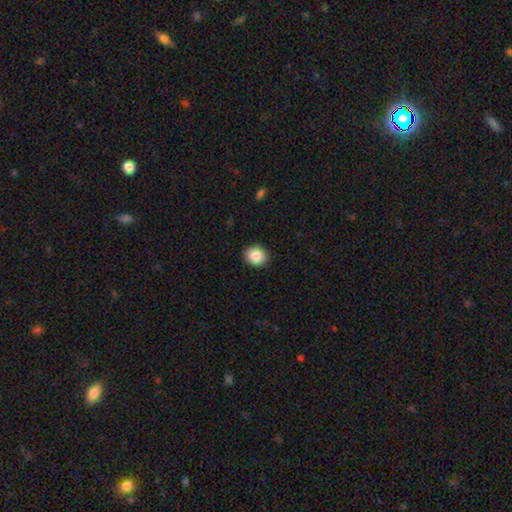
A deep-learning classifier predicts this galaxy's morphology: smooth-or-featured: smooth: 86% | star or artifact: 8% | featured or disk: 5%
  how-rounded: round: 69% | in between: 30% | cigar-shaped: 1%
  merging: none: 90% | minor disturbance: 8% | major disturbance: 2% | merger: 1%